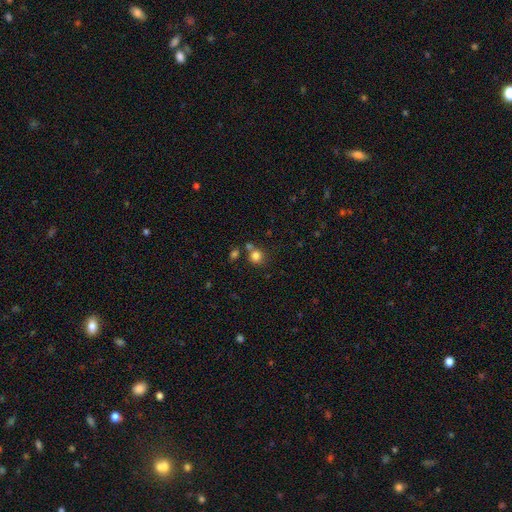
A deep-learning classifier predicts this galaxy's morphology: Smooth or featured? smooth (81%)
How rounded? round (86%)
Merging? none (64%)